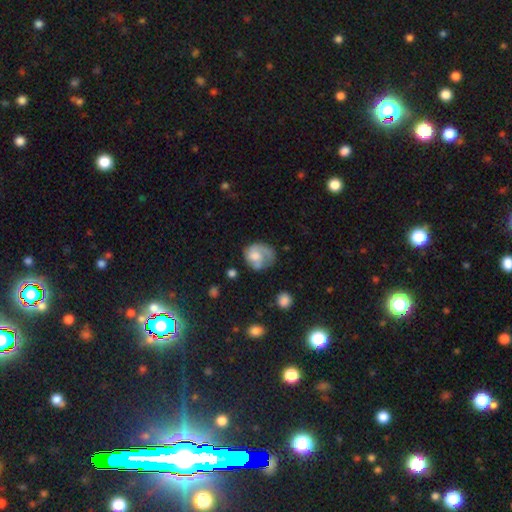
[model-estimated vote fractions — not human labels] A smooth galaxy with no disk features (50%). Merging: none (43%).